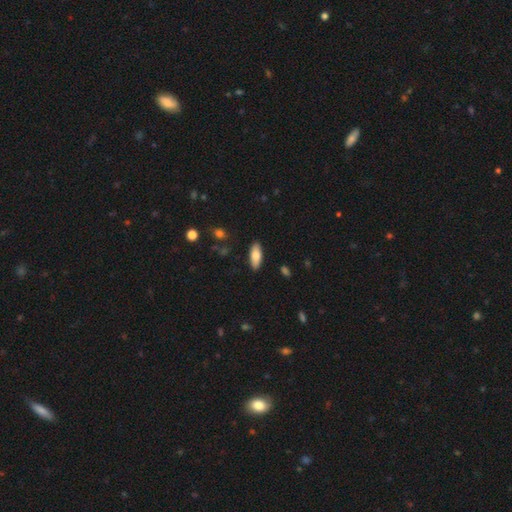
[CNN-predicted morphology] This is likely a smooth galaxy (79%). How rounded: likely in between (77%). Merging: clearly none (89%).